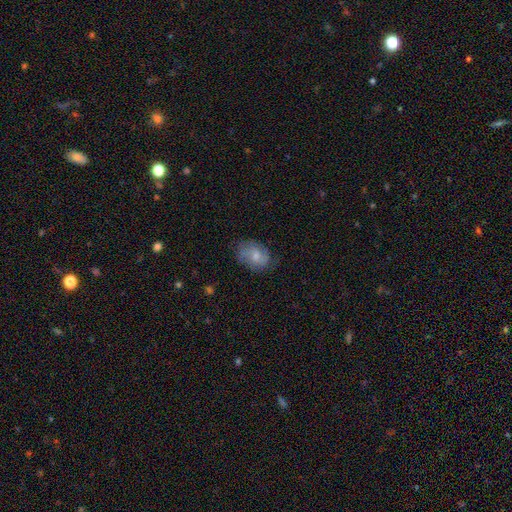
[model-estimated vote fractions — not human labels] Overall: smooth (59%; featured or disk 33%). How rounded: in between (73%). Merging: none (67%).